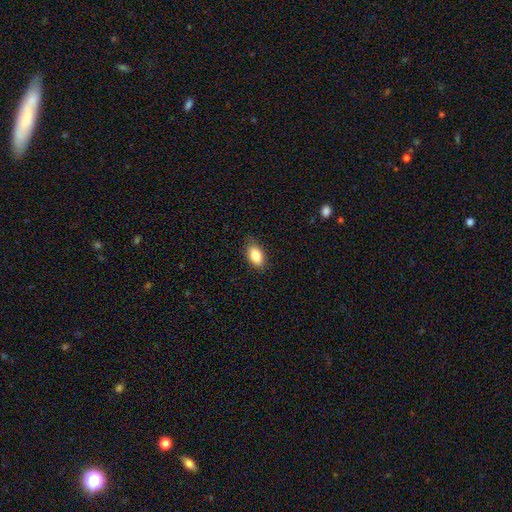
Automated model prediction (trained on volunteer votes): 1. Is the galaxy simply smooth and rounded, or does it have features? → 87% smooth, 7% star or artifact, 6% featured or disk.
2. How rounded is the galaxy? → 91% in between, 6% round, 3% cigar-shaped.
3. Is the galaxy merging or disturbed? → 83% none, 14% minor disturbance, 3% major disturbance, 1% merger.